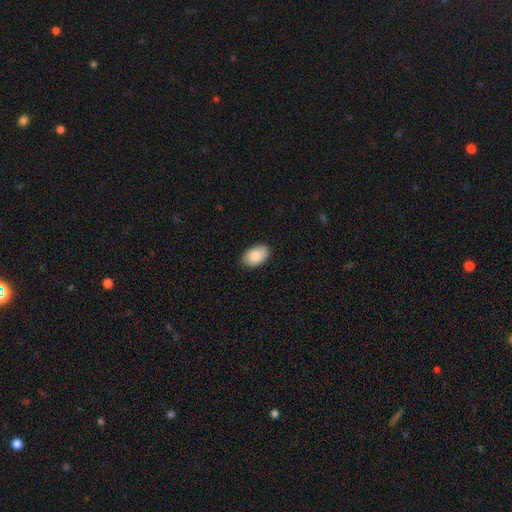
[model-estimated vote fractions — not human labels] This appears to be a smooth galaxy with no disk features (88%) that is in between round and cigar-shaped (93%). Merging: none (87%).